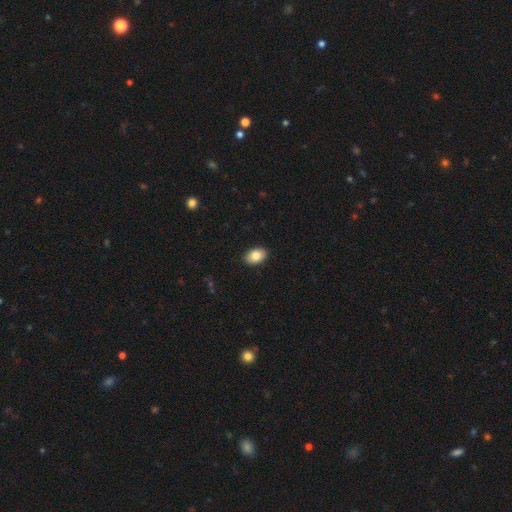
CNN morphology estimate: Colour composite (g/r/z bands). It shows a smooth galaxy with no disk features (85%) that is in between round and cigar-shaped (87%). Merging: none (90%).